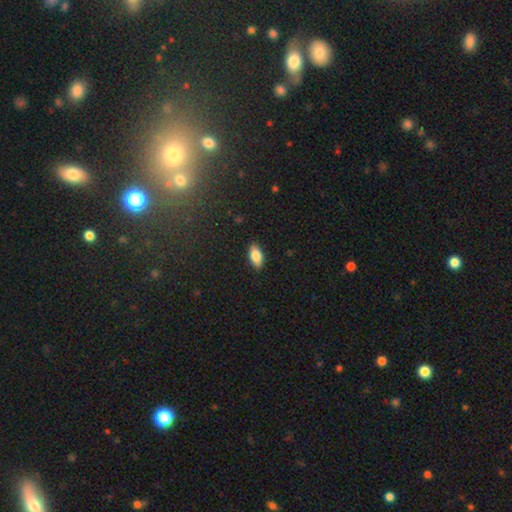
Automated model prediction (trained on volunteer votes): Smooth or featured? smooth (82%)
How rounded? in between (90%)
Merging? none (89%)